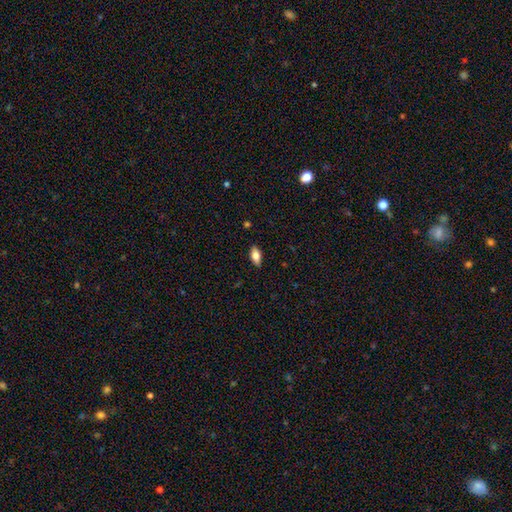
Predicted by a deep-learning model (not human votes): Smooth or featured? Predicted: smooth (p=0.74). How rounded? Predicted: in between (p=0.87). Merging? Predicted: none (p=0.88).